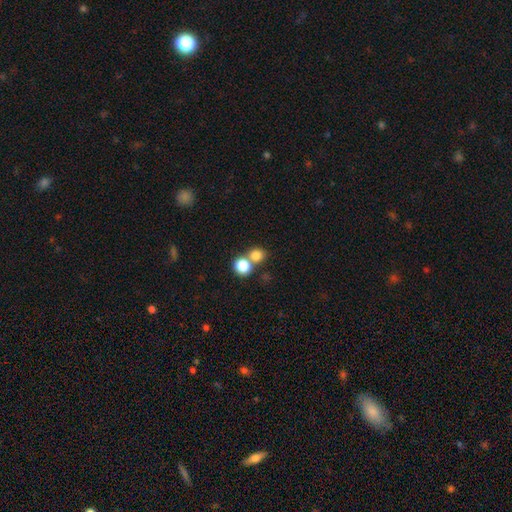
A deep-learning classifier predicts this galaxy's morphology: Overall: smooth (81%). How rounded: round (78%). Merging: merger (46%; none 45%).